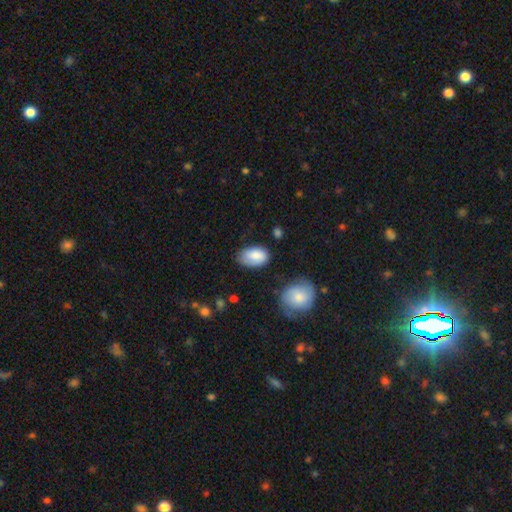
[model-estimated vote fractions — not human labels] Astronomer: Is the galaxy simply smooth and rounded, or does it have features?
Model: smooth — 82%.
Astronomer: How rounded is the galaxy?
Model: in between — 92%.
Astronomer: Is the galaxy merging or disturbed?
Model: none — 64%.